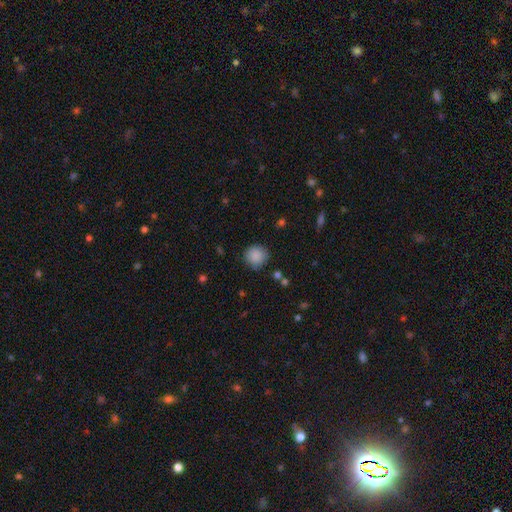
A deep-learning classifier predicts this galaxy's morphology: Smooth or featured: smooth — 87% (star or artifact — 9%)
How rounded: round — 91% (in between — 8%)
Merging: none — 84% (minor disturbance — 11%)